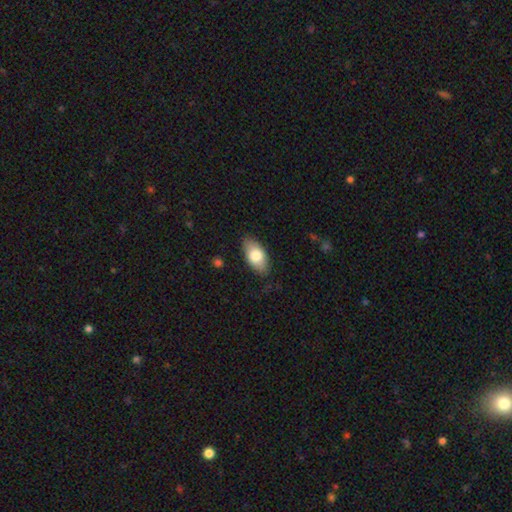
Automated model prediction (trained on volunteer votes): Overall: smooth (78%). How rounded: in between (93%). Merging: none (82%).